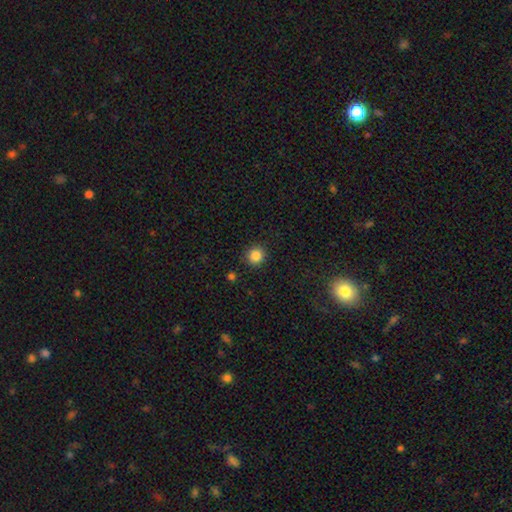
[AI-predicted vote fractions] Smooth or featured? Predicted: smooth (p=0.85). How rounded? Predicted: round (p=0.92). Merging? Predicted: none (p=0.90).